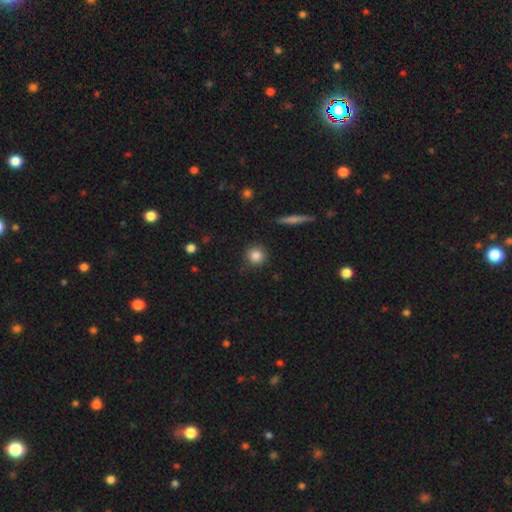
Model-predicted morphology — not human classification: smooth_or_featured: smooth (p=0.85) [alt: star or artifact p=0.09]
how_rounded: round (p=0.92) [alt: in between p=0.07]
merging: none (p=0.87) [alt: minor disturbance p=0.09]